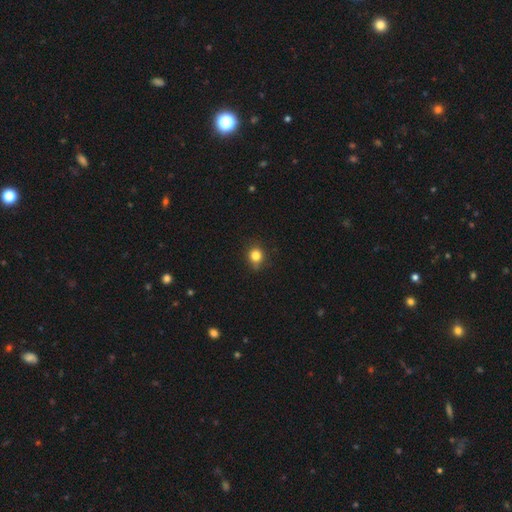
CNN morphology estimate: Overall: smooth (82%). How rounded: round (78%). Merging: none (77%).